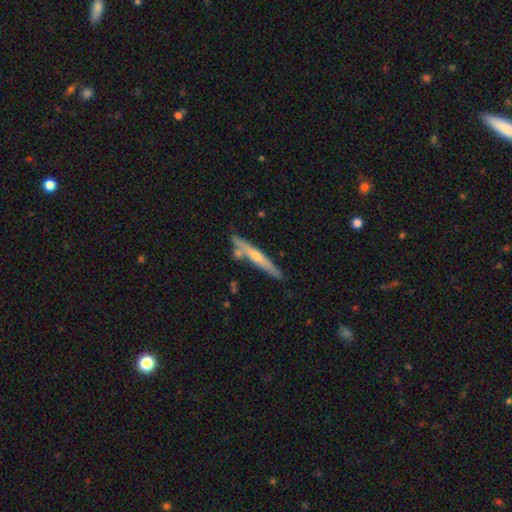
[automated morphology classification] This is likely a featured or disk galaxy (67%). It is clearly viewed edge-on (95%). Edge-on bulge: likely rounded (79%). Merging: likely none (79%).